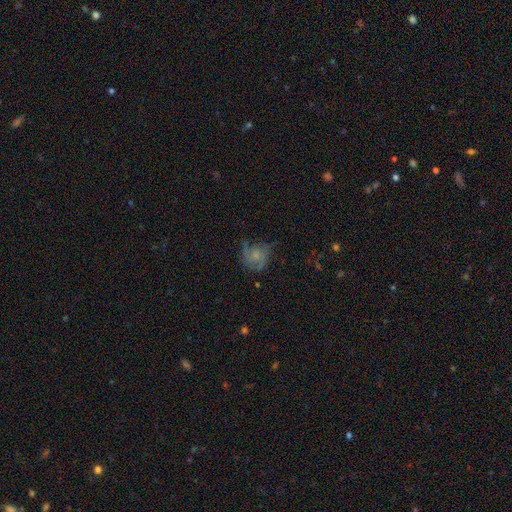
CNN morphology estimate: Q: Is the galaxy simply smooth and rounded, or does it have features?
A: featured or disk — 49%.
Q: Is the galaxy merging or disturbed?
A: none — 50%.